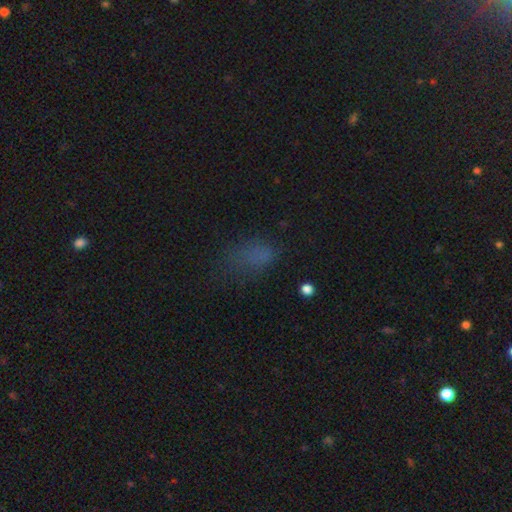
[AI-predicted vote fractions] This is likely a smooth galaxy (62%). How rounded: clearly in between (83%). Merging: marginally none (45%).